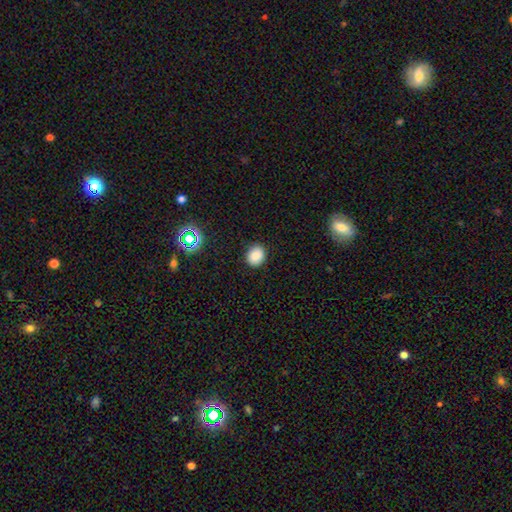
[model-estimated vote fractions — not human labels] Smooth or featured?
  - smooth: 84% *
  - star or artifact: 12%
  - featured or disk: 4%
How rounded?
  - round: 65% *
  - in between: 34%
  - cigar-shaped: 1%
Merging?
  - none: 89% *
  - minor disturbance: 8%
  - major disturbance: 2%
  - merger: 1%